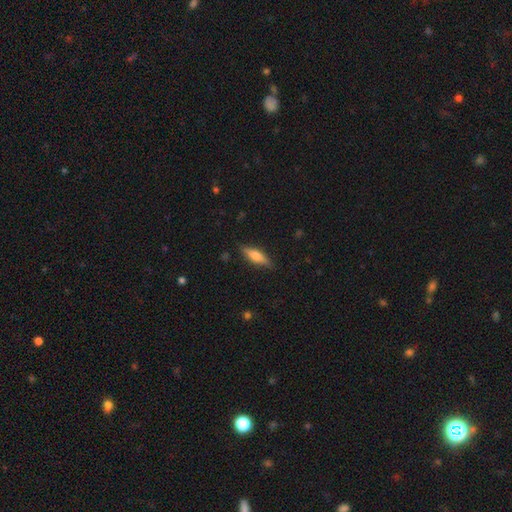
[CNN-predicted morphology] smooth-or-featured: smooth: 56% | featured or disk: 37% | star or artifact: 7%
  how-rounded: cigar-shaped: 58% | in between: 39% | round: 2%
  merging: none: 85% | minor disturbance: 11% | major disturbance: 2% | merger: 1%